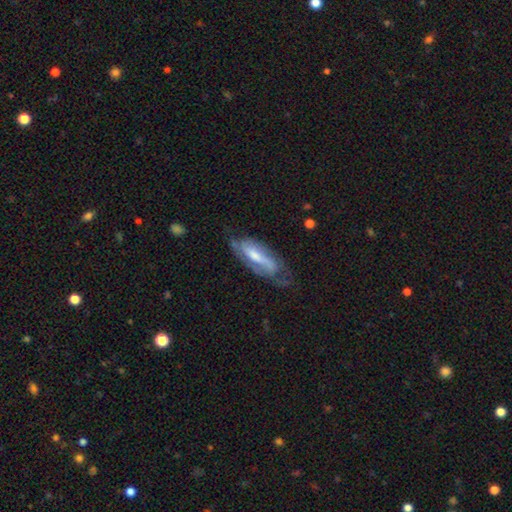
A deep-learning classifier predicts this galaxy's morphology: Smooth or featured? featured or disk (67%)
Edge-on disk? no (80%)
Bar? strong (39%)
Spiral arms? yes (80%)
Bulge size? moderate (46%)
Merging? none (50%)